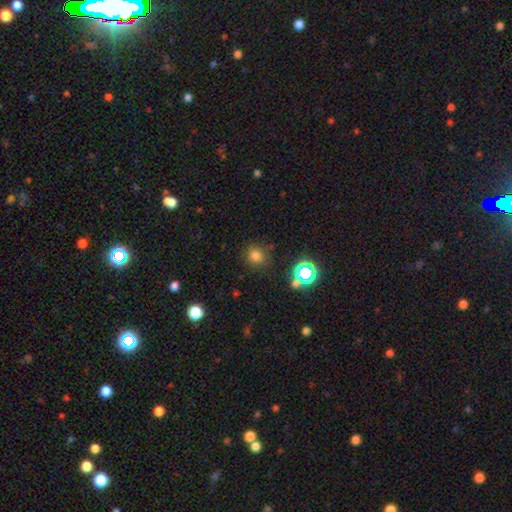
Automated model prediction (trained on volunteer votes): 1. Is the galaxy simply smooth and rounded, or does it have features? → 74% smooth, 20% star or artifact, 6% featured or disk.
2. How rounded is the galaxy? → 90% round, 9% in between, 1% cigar-shaped.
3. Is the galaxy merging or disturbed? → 84% none, 9% minor disturbance, 4% major disturbance, 3% merger.